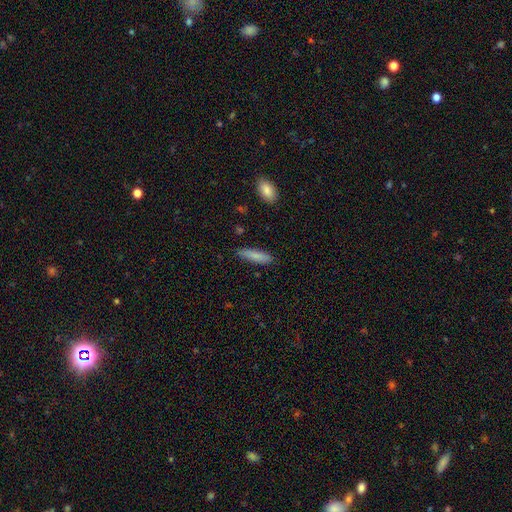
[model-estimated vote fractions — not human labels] smooth-or-featured: smooth: 82% | featured or disk: 11% | star or artifact: 6%
  how-rounded: cigar-shaped: 63% | in between: 35% | round: 2%
  merging: none: 83% | minor disturbance: 13% | major disturbance: 2% | merger: 2%